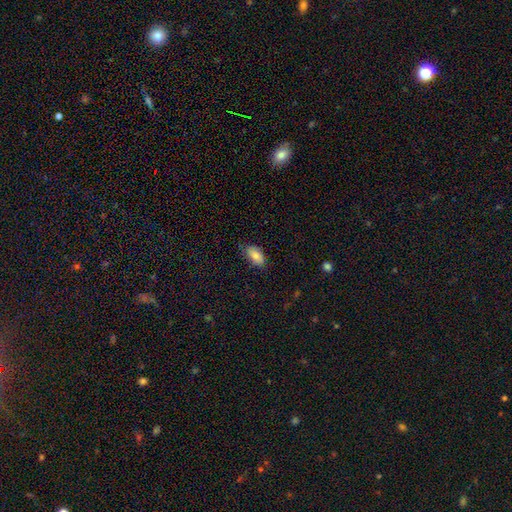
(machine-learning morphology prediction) Smooth or featured? Predicted: smooth (p=0.83). How rounded? Predicted: in between (p=0.93). Merging? Predicted: none (p=0.74).